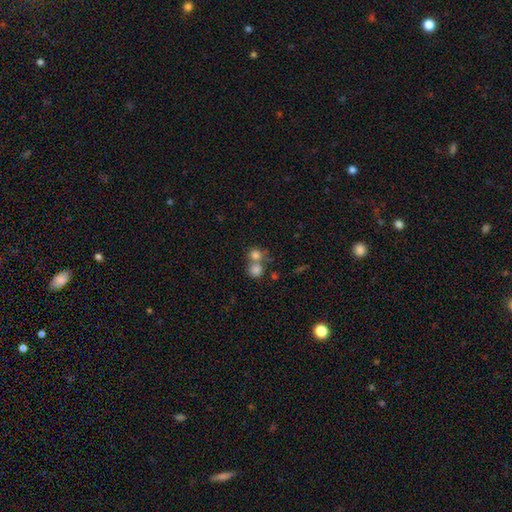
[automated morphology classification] smooth_or_featured: smooth (p=0.77) [alt: star or artifact p=0.12]
how_rounded: round (p=0.84) [alt: in between p=0.14]
merging: merger (p=0.50) [alt: none p=0.39]